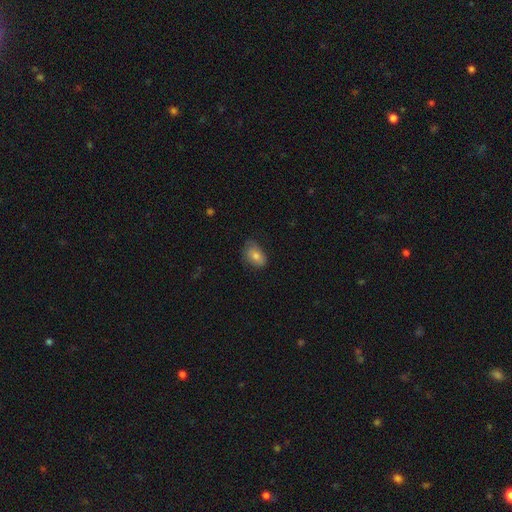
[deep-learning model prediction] This is likely a smooth galaxy (77%). How rounded: clearly in between (85%). Merging: likely none (64%).